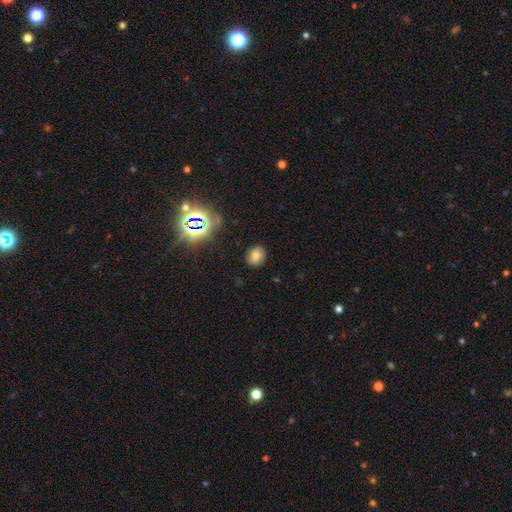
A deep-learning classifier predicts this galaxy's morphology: The model was most divided on "how rounded": round: 60%, in between: 39%, cigar-shaped: 1%. More confident: merging — none (87%); smooth or featured — smooth (73%).